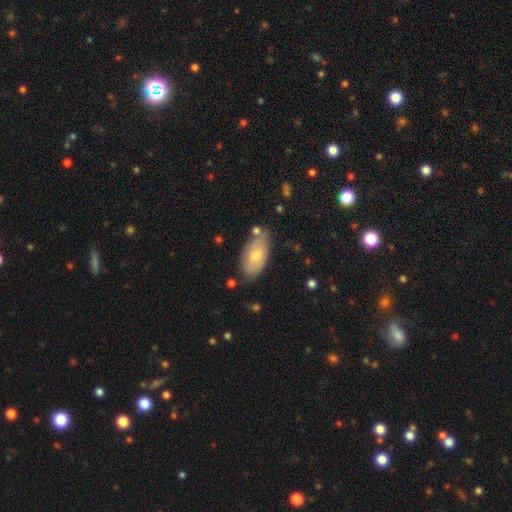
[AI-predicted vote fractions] Smooth or featured? Predicted: smooth (p=0.60). How rounded? Predicted: in between (p=0.92). Merging? Predicted: none (p=0.65).